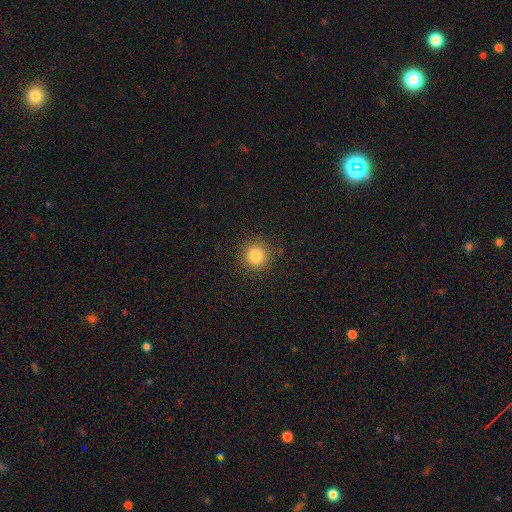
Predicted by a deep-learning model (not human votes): Q: Smooth or featured?
A: smooth (82%); runner-up: star or artifact (12%)
Q: How rounded?
A: round (94%); runner-up: in between (5%)
Q: Merging?
A: none (90%); runner-up: minor disturbance (6%)